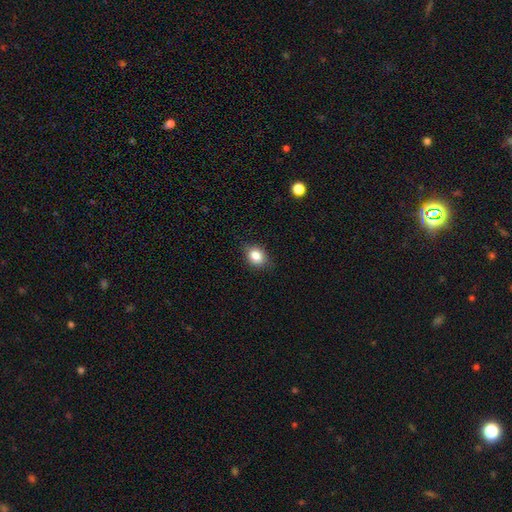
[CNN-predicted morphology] Smooth or featured: smooth — 83% (star or artifact — 10%)
How rounded: in between — 52% (round — 47%)
Merging: none — 80% (minor disturbance — 16%)